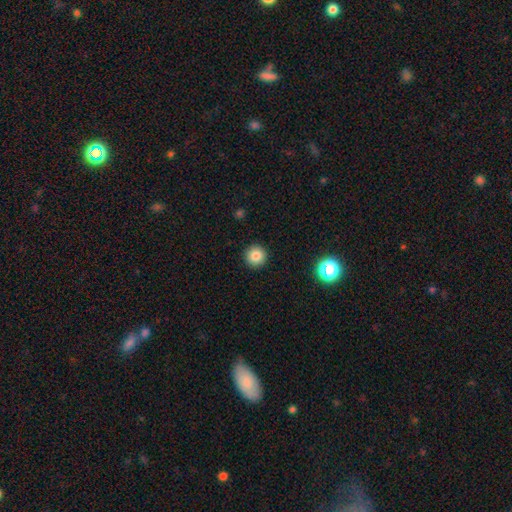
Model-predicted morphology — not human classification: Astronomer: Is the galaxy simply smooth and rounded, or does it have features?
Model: smooth — 84%.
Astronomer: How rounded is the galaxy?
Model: round — 95%.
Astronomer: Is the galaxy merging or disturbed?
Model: none — 93%.